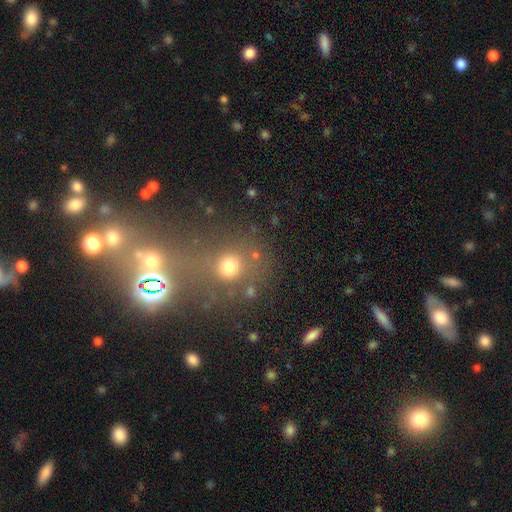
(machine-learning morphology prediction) Smooth or featured? smooth (58%)
How rounded? round (85%)
Merging? none (65%)